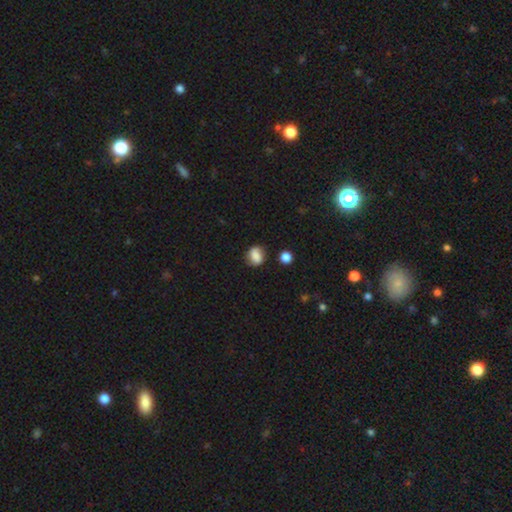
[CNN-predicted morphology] smooth 80%, featured or disk 10%, star or artifact 10%. Down the decision tree: how rounded — round (49%, tied with in between); merging — none (73%).